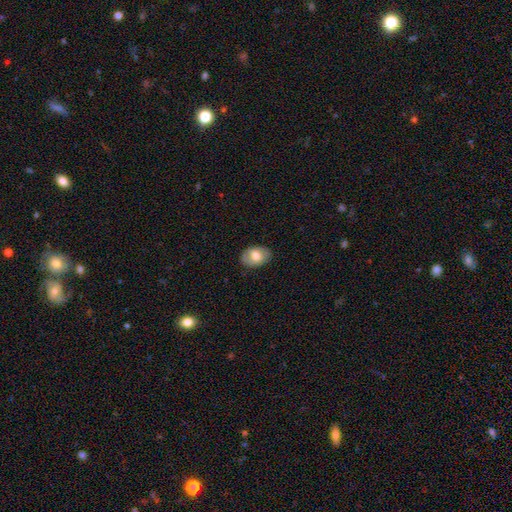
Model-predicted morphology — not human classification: The model was most divided on "smooth or featured": smooth: 63%, featured or disk: 29%, star or artifact: 7%. More confident: merging — none (81%); how rounded — in between (78%).